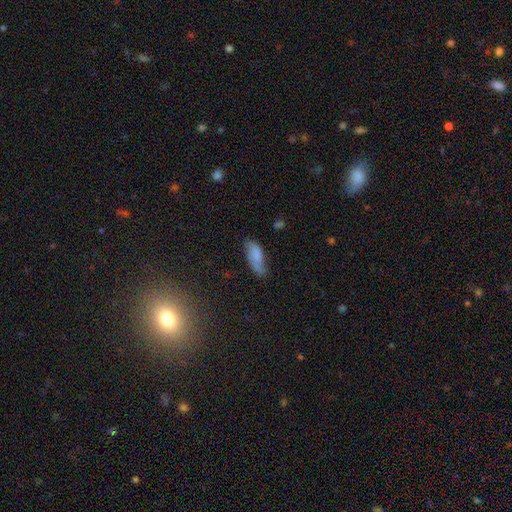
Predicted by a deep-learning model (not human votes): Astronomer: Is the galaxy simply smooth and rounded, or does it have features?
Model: smooth — 66%.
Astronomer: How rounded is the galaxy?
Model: in between — 78%.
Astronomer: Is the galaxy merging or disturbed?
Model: none — 58%.